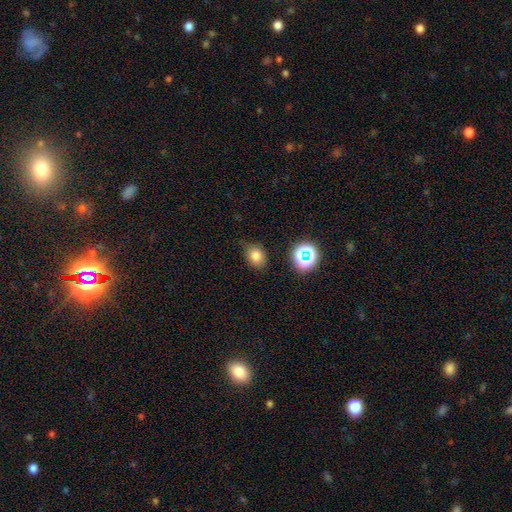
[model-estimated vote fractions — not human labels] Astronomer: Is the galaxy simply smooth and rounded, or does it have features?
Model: smooth — 77%.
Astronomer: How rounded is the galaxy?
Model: round — 54% (runner-up: in between, 45%).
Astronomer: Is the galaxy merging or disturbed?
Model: none — 76%.